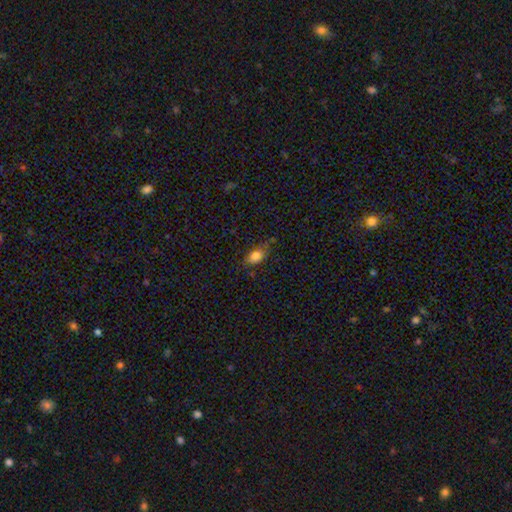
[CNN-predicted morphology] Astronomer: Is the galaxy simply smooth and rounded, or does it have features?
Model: smooth — 81%.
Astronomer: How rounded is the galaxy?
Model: in between — 84%.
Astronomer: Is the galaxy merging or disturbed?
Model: none — 61%.